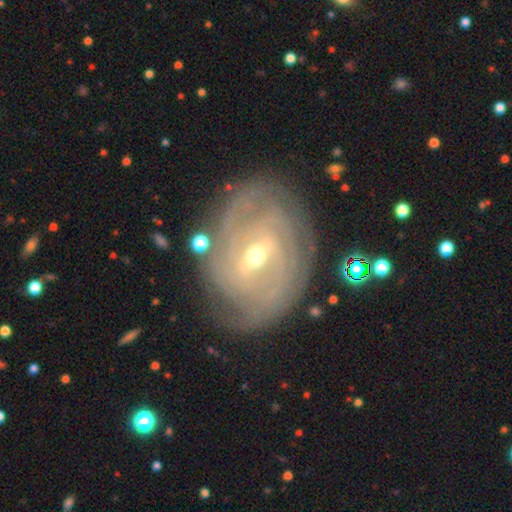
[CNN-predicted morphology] This appears to be a featured or disk galaxy (87%) with a weak bar (49%), tight (79%) spiral arms (94%) and a small central bulge (50%). Merging: none (78%).